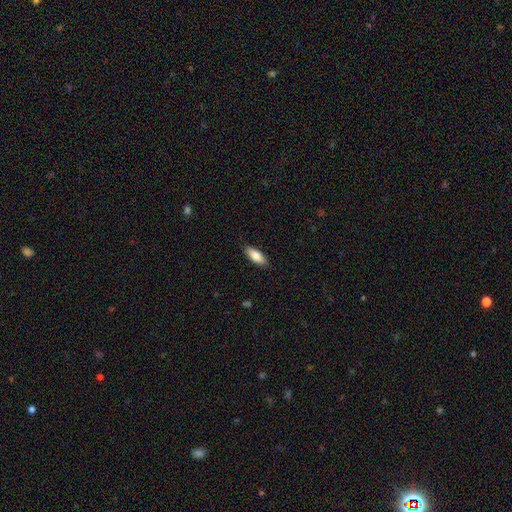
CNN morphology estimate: Overall: smooth (83%). How rounded: in between (78%). Merging: none (87%).